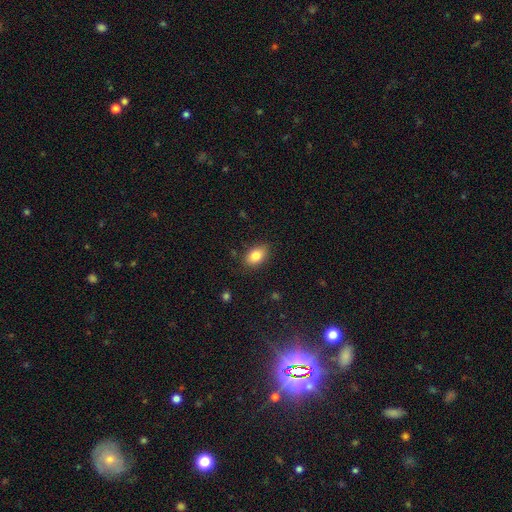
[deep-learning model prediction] Smooth or featured? smooth (83%)
How rounded? in between (86%)
Merging? none (83%)